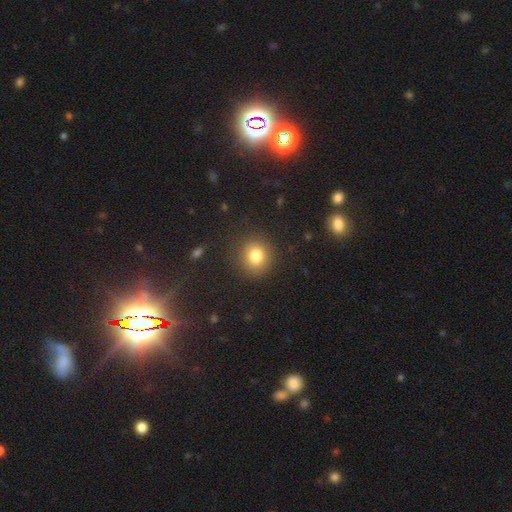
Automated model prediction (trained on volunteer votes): The model was most divided on "how rounded": round: 84%, in between: 15%, cigar-shaped: 1%. More confident: merging — none (88%); smooth or featured — smooth (81%).